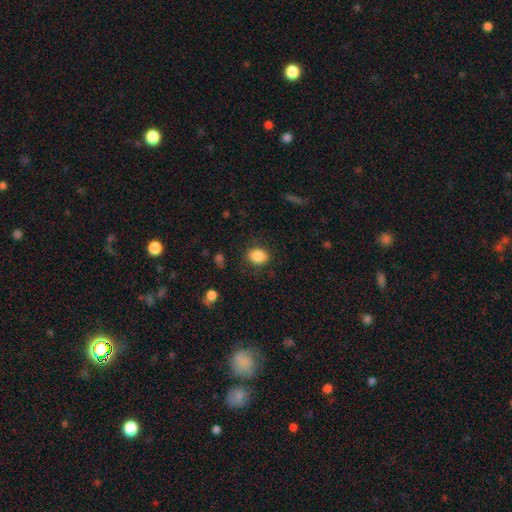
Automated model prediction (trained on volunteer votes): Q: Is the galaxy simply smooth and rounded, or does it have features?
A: smooth — 86%.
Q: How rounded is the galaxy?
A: in between — 54%.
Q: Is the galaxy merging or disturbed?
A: none — 82%.